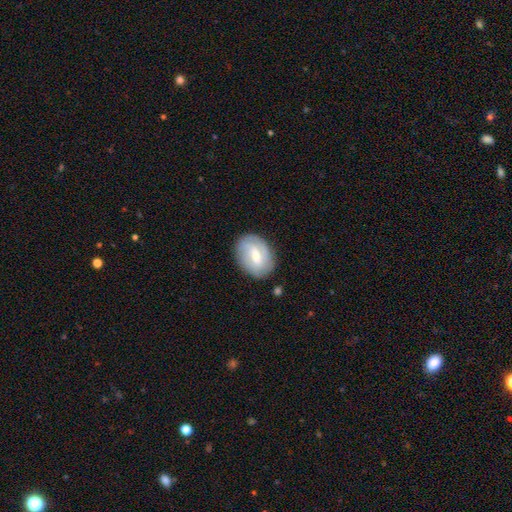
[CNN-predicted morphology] type=featured or disk (61%); edge-on=no (95%); bar=weak (54%); spiral arms=yes (78%); bulge=moderate (55%); merging=none (80%).